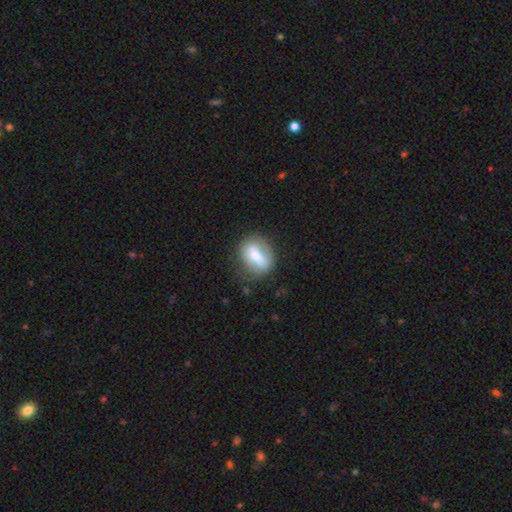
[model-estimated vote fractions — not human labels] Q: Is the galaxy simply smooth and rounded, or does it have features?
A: smooth — 58%.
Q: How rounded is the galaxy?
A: in between — 55%.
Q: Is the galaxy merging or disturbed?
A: none — 68%.